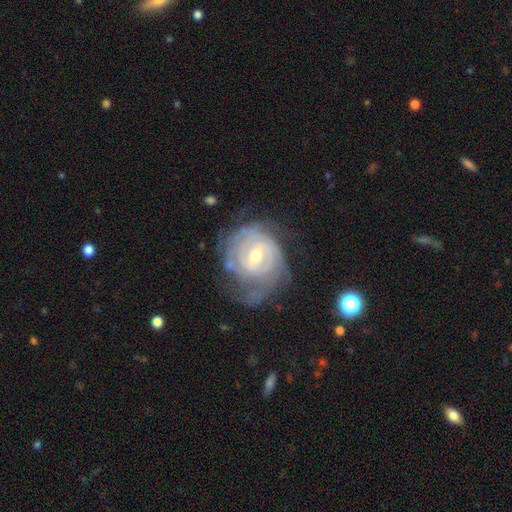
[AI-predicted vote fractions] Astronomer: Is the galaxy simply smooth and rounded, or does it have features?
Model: featured or disk — 85%.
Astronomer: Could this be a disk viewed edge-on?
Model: no — 97%.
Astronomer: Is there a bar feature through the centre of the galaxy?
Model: weak — 54% (runner-up: no, 30%).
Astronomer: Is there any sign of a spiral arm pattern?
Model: yes — 93%.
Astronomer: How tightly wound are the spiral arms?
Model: tight — 72%.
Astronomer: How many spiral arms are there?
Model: can't tell — 44% (runner-up: 2, 23%).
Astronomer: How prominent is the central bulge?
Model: moderate — 52% (runner-up: small, 45%).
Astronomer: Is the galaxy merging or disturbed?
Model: none — 56%.